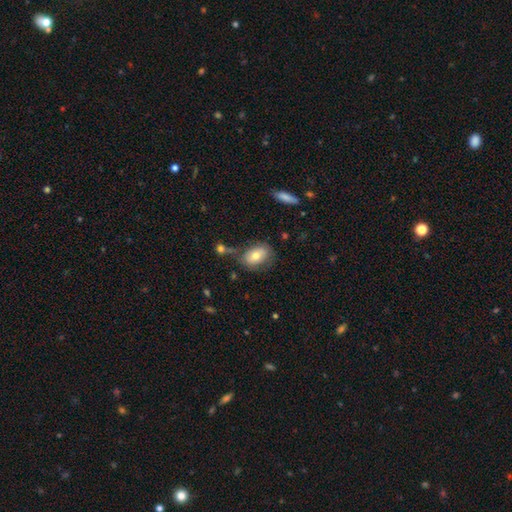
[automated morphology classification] This is likely a smooth galaxy (71%). How rounded: clearly in between (84%). Merging: possibly none (59%).